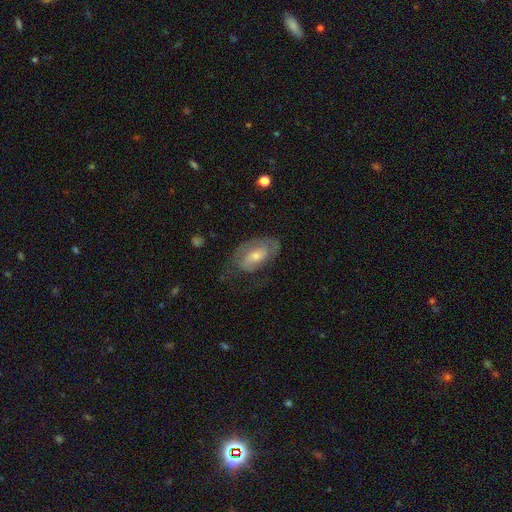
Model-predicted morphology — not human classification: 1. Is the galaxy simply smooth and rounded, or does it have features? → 63% featured or disk, 30% smooth, 7% star or artifact.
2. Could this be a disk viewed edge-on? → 93% no, 7% yes.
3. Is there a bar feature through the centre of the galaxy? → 52% no, 37% weak, 12% strong.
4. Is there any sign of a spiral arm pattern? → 76% yes, 24% no.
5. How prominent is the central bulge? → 50% small, 43% moderate, 3% large, 2% none, 1% dominant.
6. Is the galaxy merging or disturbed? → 55% none, 25% minor disturbance, 18% major disturbance, 2% merger.